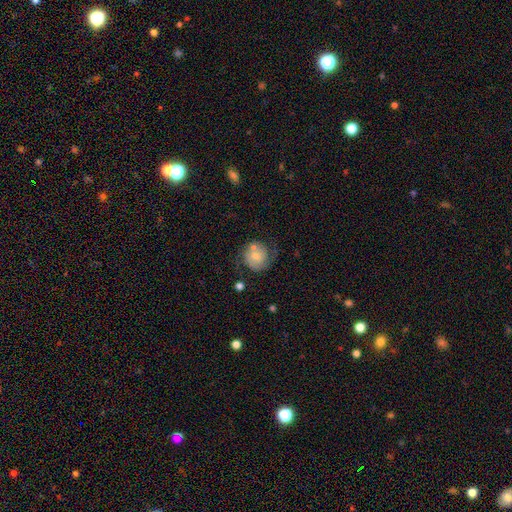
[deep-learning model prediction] Smooth or featured? Predicted: smooth (p=0.46, tied with featured or disk). Merging? Predicted: none (p=0.52).